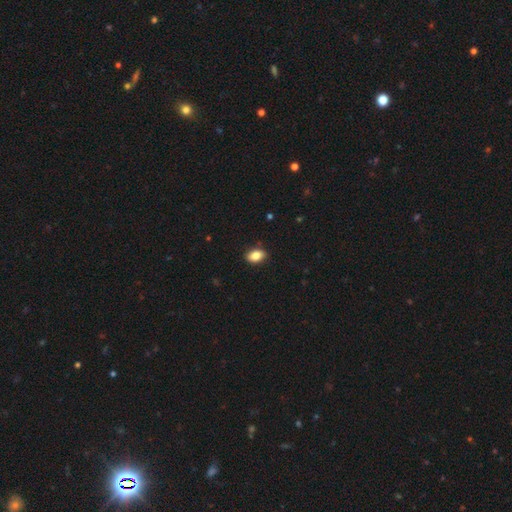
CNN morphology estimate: A smooth galaxy with no disk features (85%) that is in between round and cigar-shaped (84%).

Vote fractions:
- Smooth or featured? smooth: 85% / star or artifact: 8% / featured or disk: 7%
- How rounded? in between: 84% / round: 14% / cigar-shaped: 2%
- Merging? none: 87% / minor disturbance: 10% / major disturbance: 2% / merger: 1%